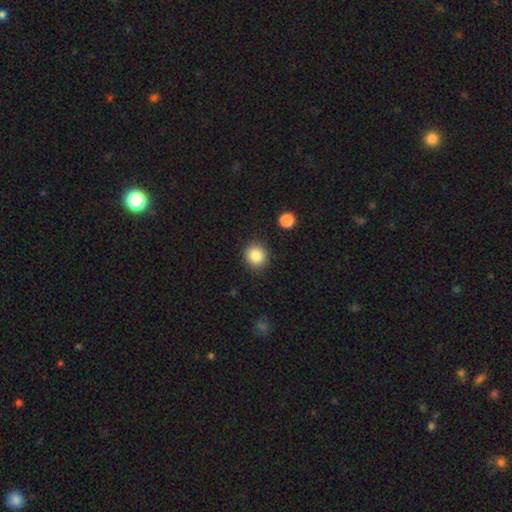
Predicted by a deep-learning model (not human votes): A smooth galaxy with no disk features (84%) that is round (87%). Merging: none (88%).